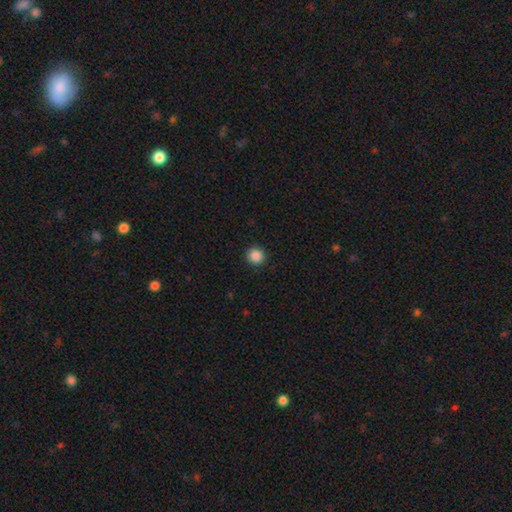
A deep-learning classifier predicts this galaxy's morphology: This appears to be a smooth galaxy with no disk features (87%) that is round (94%). Merging: none (93%).